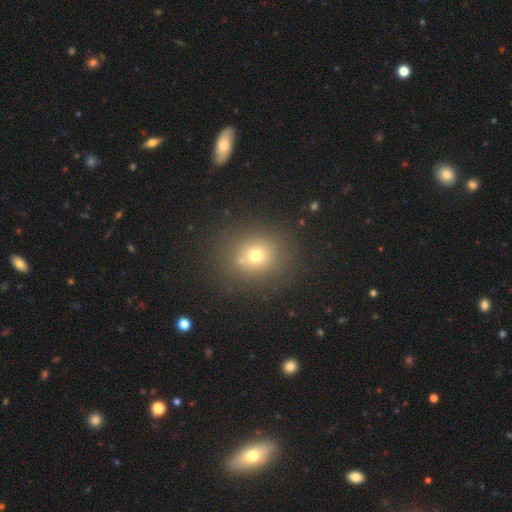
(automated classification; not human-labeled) This appears to be a smooth galaxy with no disk features (68%) that is round (78%). Merging: none (80%).